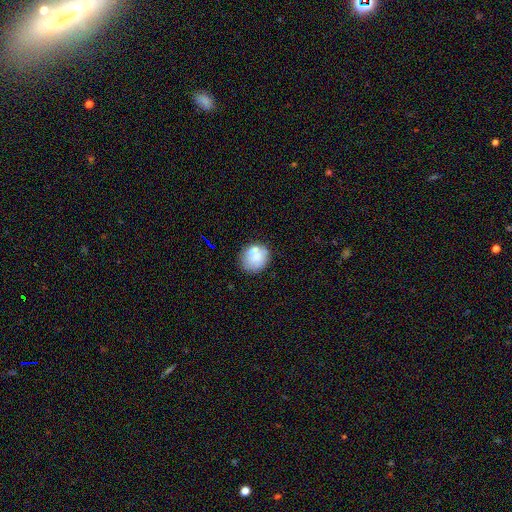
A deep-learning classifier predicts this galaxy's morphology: A smooth galaxy with no disk features (70%) that is round (73%). Merging: none (66%).